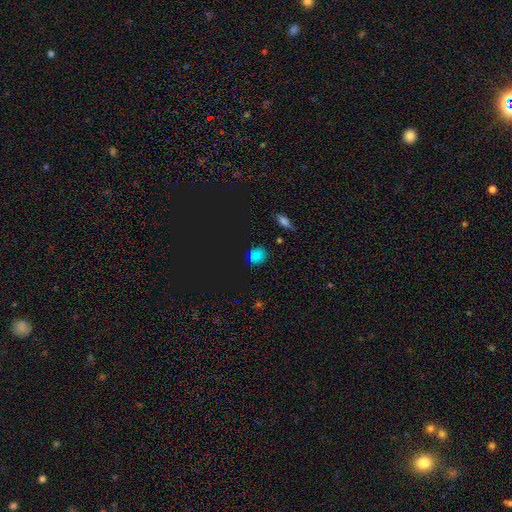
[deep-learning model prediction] A smooth galaxy with no disk features (69%) that is round (74%).

Vote fractions:
- Smooth or featured? smooth: 69% / star or artifact: 27% / featured or disk: 5%
- How rounded? round: 74% / in between: 24% / cigar-shaped: 2%
- Merging? none: 83% / minor disturbance: 12% / major disturbance: 3% / merger: 2%